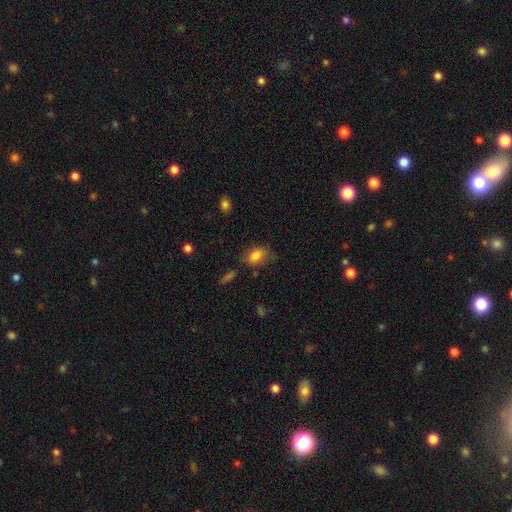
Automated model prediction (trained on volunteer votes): Smooth or featured?
  - smooth: 82% *
  - featured or disk: 9%
  - star or artifact: 9%
How rounded?
  - in between: 84% *
  - round: 14%
  - cigar-shaped: 2%
Merging?
  - none: 64% *
  - minor disturbance: 24%
  - major disturbance: 8%
  - merger: 4%